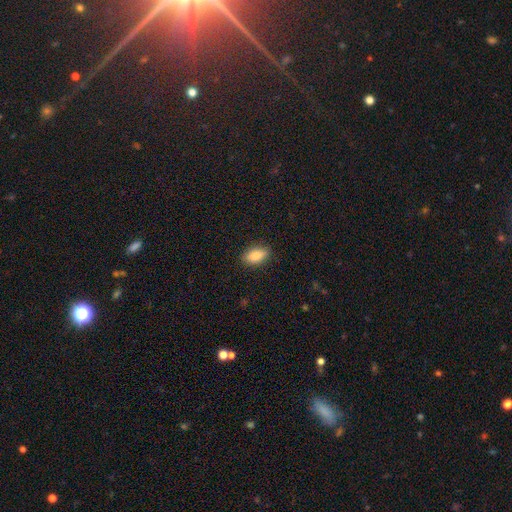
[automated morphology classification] This appears to be a smooth galaxy with no disk features (84%) that is in between round and cigar-shaped (87%). Merging: none (87%).